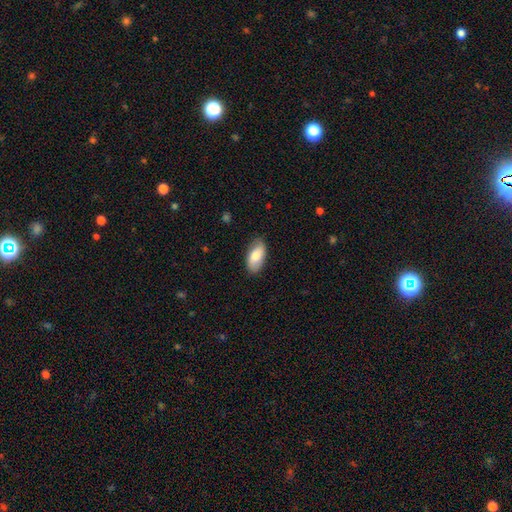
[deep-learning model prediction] Overall: smooth (74%). How rounded: in between (93%). Merging: none (82%).